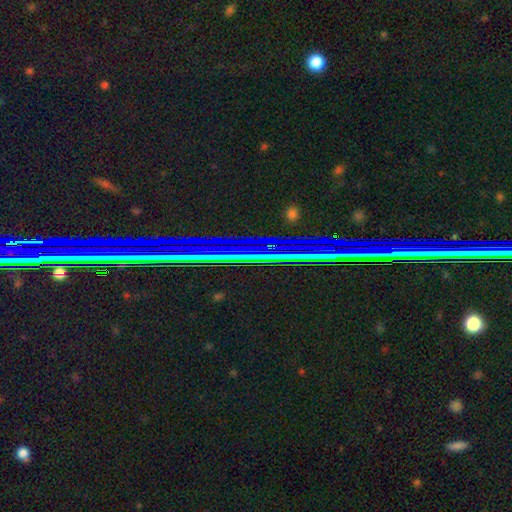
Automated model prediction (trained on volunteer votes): smooth_or_featured: star or artifact (p=0.80) [alt: featured or disk p=0.11]